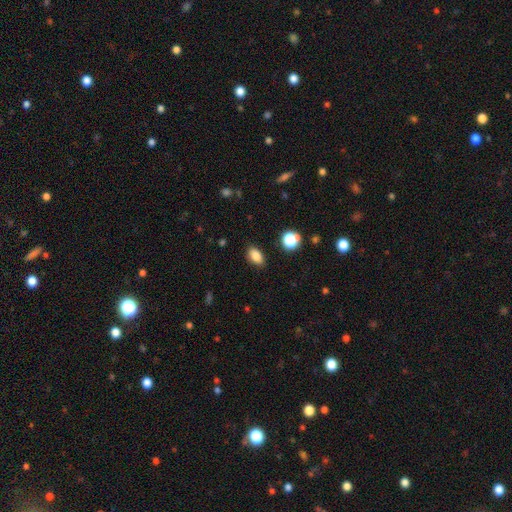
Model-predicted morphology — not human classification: smooth_or_featured: smooth (p=0.84) [alt: star or artifact p=0.11]
how_rounded: in between (p=0.87) [alt: round p=0.11]
merging: none (p=0.87) [alt: minor disturbance p=0.09]